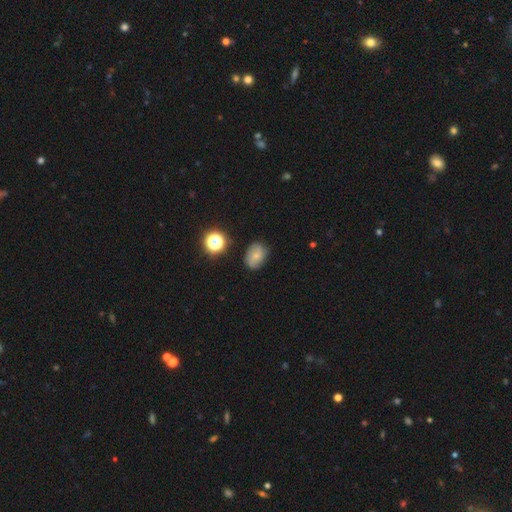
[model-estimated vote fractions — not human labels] Smooth or featured?
  - smooth: 57% *
  - featured or disk: 29%
  - star or artifact: 13%
How rounded?
  - in between: 70% *
  - round: 28%
  - cigar-shaped: 1%
Merging?
  - none: 75% *
  - minor disturbance: 18%
  - major disturbance: 4%
  - merger: 2%